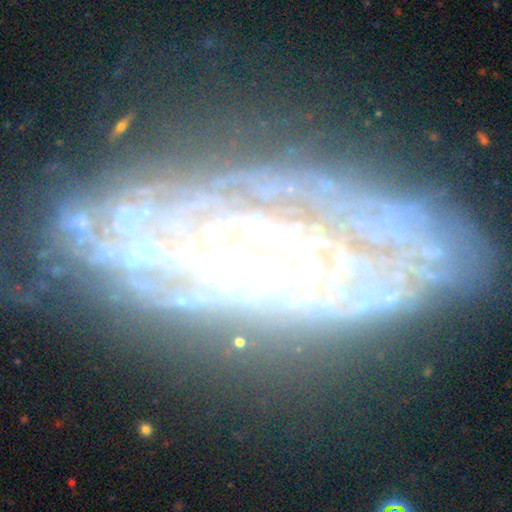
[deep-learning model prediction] A featured or disk galaxy (78%) with no bar (72%), tight (70%) spiral arms (77%) and a small central bulge (57%). Merging: none (68%).